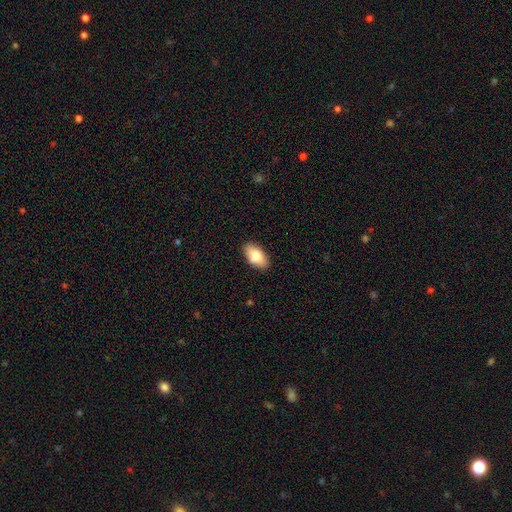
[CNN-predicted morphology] smooth_or_featured: smooth (p=0.79) [alt: featured or disk p=0.14]
how_rounded: in between (p=0.93) [alt: round p=0.04]
merging: none (p=0.88) [alt: minor disturbance p=0.09]